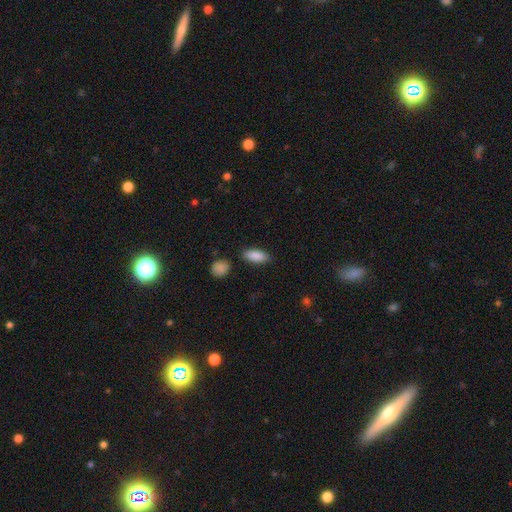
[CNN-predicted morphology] Smooth or featured: smooth — 88% (star or artifact — 7%)
How rounded: in between — 82% (cigar-shaped — 16%)
Merging: none — 83% (minor disturbance — 11%)